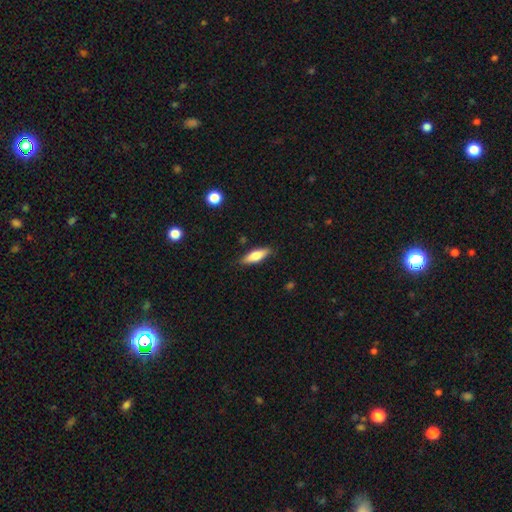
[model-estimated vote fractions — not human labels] smooth-or-featured: smooth: 71% | featured or disk: 23% | star or artifact: 6%
  how-rounded: cigar-shaped: 50% | in between: 48% | round: 2%
  merging: none: 85% | minor disturbance: 12% | major disturbance: 2% | merger: 1%